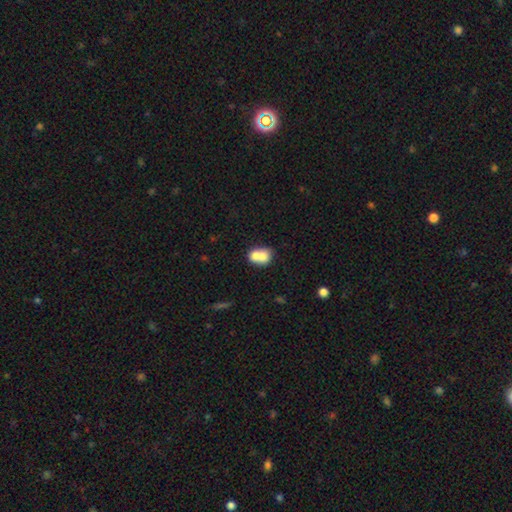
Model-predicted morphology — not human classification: This appears to be a smooth galaxy with no disk features (70%) that is in between round and cigar-shaped (52%). Merging: merger (68%).